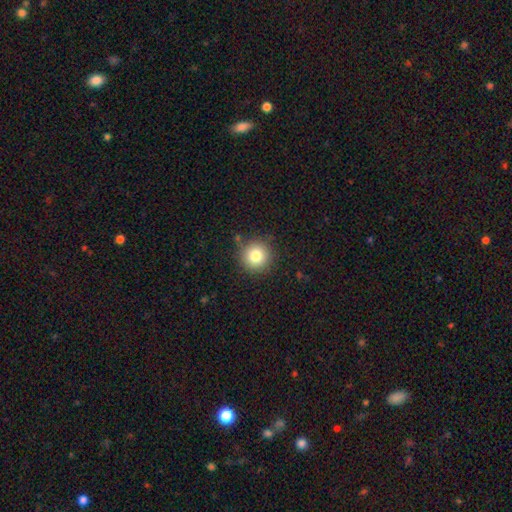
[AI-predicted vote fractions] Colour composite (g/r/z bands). It shows a smooth galaxy with no disk features (82%) that is round (95%). Merging: none (87%).